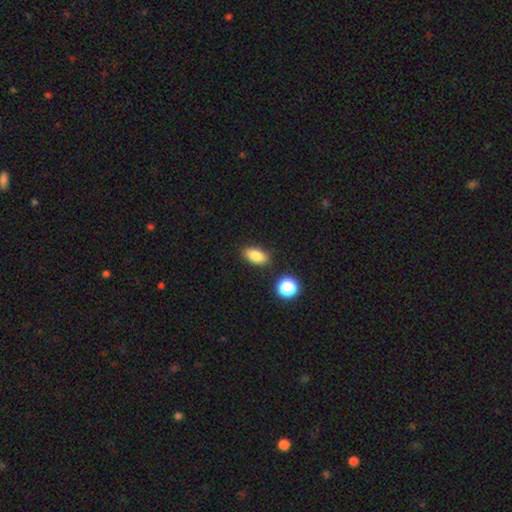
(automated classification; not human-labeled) Smooth or featured?
  - smooth: 83% *
  - star or artifact: 10%
  - featured or disk: 7%
How rounded?
  - in between: 87% *
  - round: 8%
  - cigar-shaped: 5%
Merging?
  - none: 85% *
  - minor disturbance: 9%
  - merger: 3%
  - major disturbance: 2%